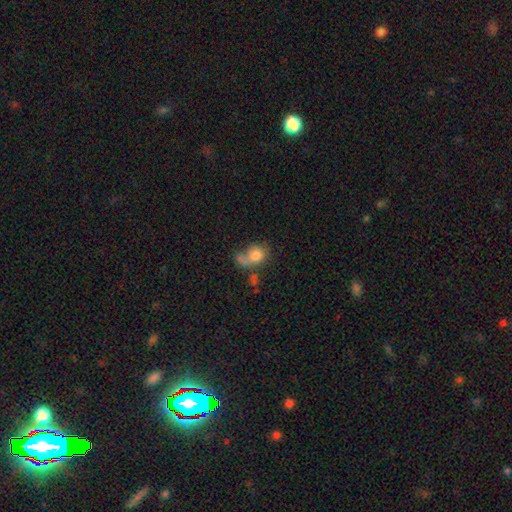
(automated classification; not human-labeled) The model was most divided on "merging": merger: 35%, none: 31%, major disturbance: 19%, minor disturbance: 15%. More confident: smooth or featured — smooth (76%); how rounded — round (60%).